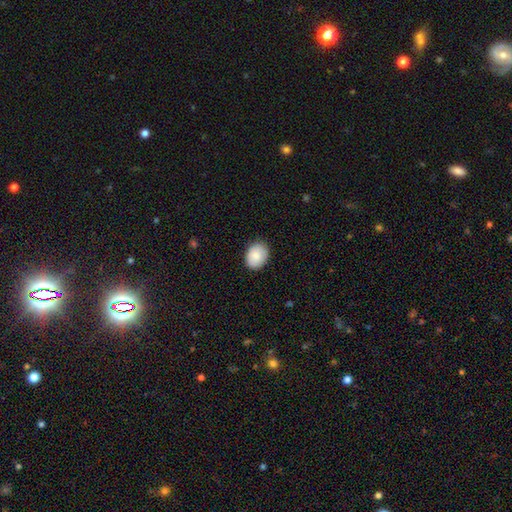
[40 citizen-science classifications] A smooth galaxy with no disk features (85%) that is round (62%).

Vote fractions:
- Smooth or featured? smooth: 85% / featured or disk: 8% / star or artifact: 8%
- How rounded? round: 62% / in between: 38% / cigar-shaped: 0%
- Merging? none: 84% / minor disturbance: 8% / major disturbance: 5% / merger: 3%